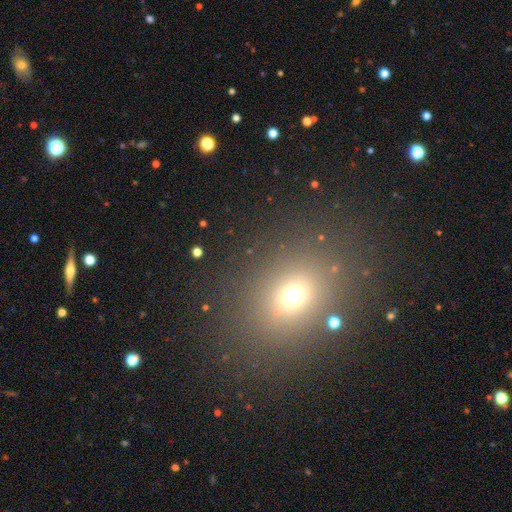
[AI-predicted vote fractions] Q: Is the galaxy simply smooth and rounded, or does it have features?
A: smooth — 61%.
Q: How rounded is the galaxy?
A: in between — 52%.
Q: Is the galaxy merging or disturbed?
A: none — 86%.